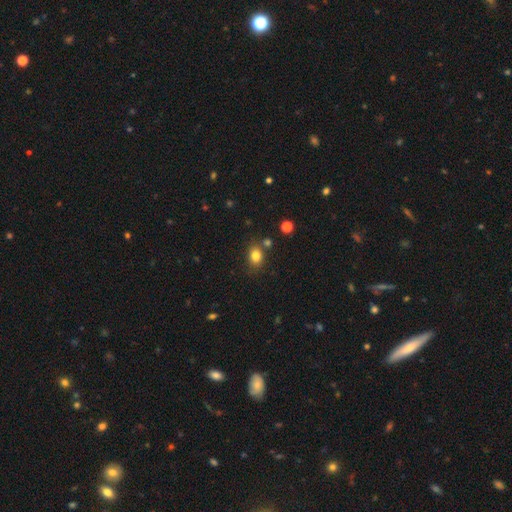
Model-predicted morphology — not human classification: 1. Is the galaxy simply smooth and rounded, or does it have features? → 82% smooth, 12% star or artifact, 6% featured or disk.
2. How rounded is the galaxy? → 56% in between, 43% round, 1% cigar-shaped.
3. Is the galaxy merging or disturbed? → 75% none, 12% minor disturbance, 9% merger, 4% major disturbance.